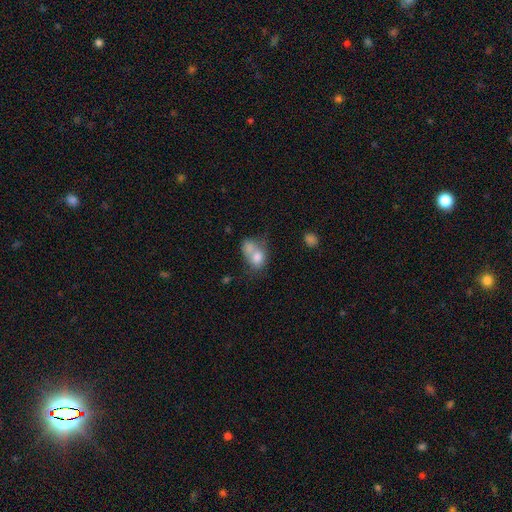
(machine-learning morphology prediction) A smooth galaxy with no disk features (74%) that is in between round and cigar-shaped (61%).

Vote fractions:
- Smooth or featured? smooth: 74% / featured or disk: 17% / star or artifact: 9%
- How rounded? in between: 61% / round: 37% / cigar-shaped: 1%
- Merging? merger: 62% / none: 19% / minor disturbance: 11% / major disturbance: 8%